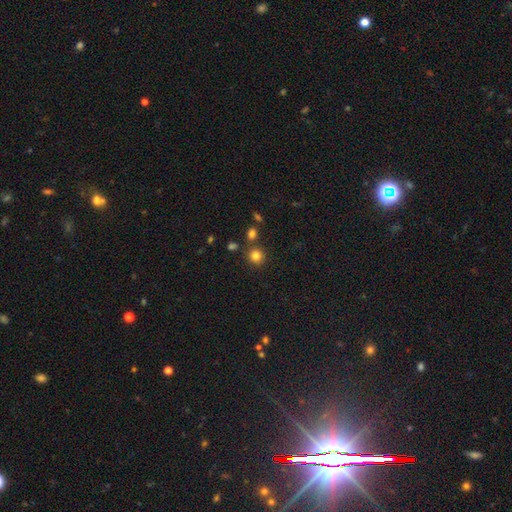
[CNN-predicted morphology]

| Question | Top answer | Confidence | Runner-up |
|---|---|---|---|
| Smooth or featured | smooth | 81% | star or artifact (13%) |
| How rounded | round | 91% | in between (8%) |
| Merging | none | 83% | merger (8%) |